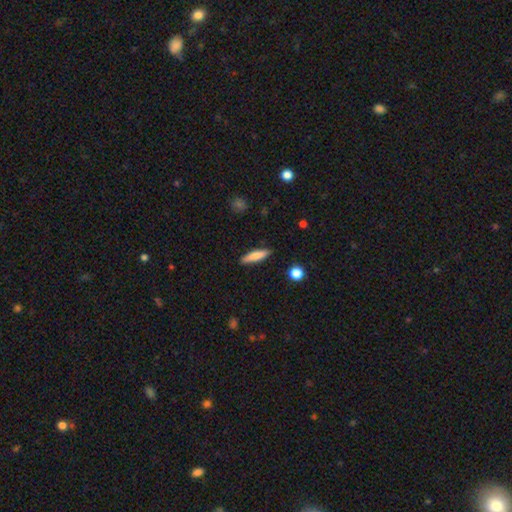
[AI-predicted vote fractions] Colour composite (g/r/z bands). It shows a smooth galaxy with no disk features (77%) that is cigar-shaped (81%). Merging: none (88%).